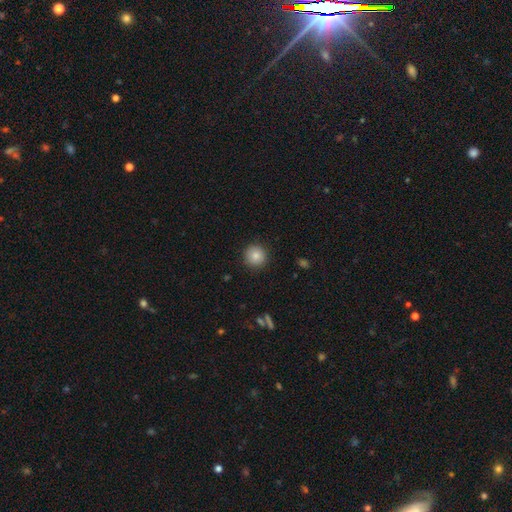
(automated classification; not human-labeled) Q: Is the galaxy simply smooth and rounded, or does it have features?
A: smooth — 84%.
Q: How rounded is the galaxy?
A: round — 95%.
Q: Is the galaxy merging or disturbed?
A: none — 91%.